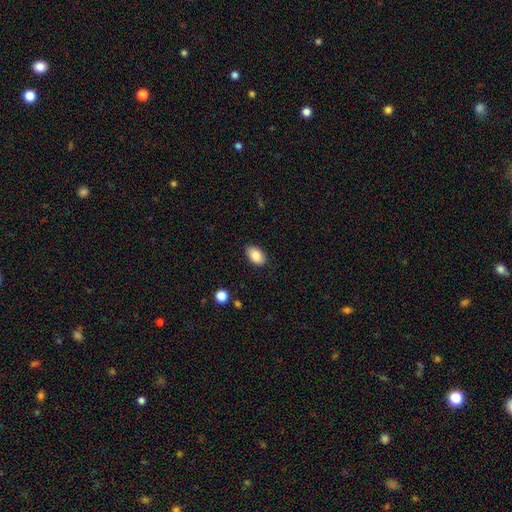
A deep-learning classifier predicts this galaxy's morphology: smooth 87%, star or artifact 7%, featured or disk 6%. Down the decision tree: how rounded — in between (90%); merging — none (86%).